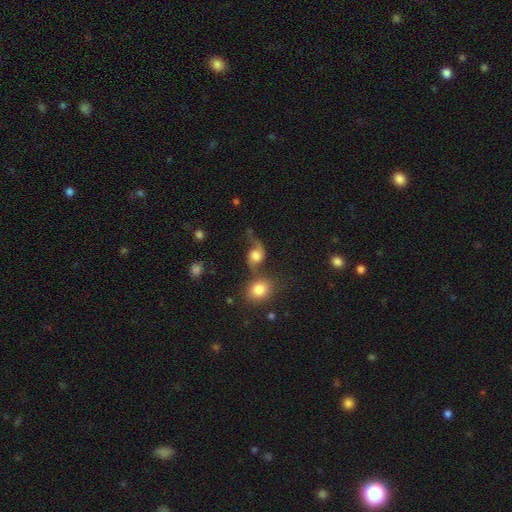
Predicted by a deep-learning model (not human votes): Morphology: type=featured or disk (62%); edge-on=no (96%); bar=no (65%); spiral arms=yes (90%); winding=loose (80%); arm count=2 (87%); bulge=large (40%); merging=none (43%).